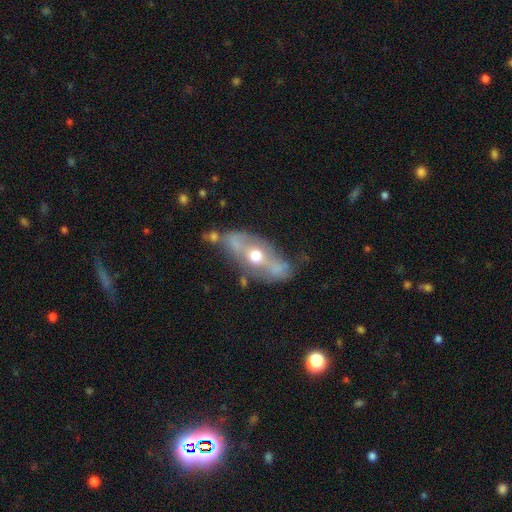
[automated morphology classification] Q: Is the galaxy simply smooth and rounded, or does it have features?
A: featured or disk — 64%.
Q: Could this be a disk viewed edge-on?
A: no — 77%.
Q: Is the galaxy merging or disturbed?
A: none — 50%.